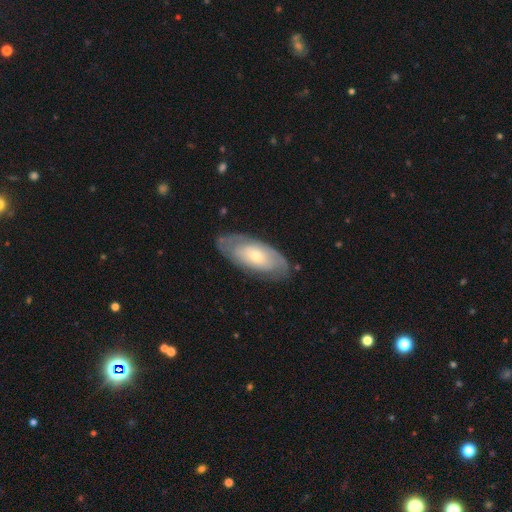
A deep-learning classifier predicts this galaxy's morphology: This appears to be a featured or disk galaxy (60%) with no bar (80%), spiral arms (65%) and a small central bulge (52%). Merging: none (75%).